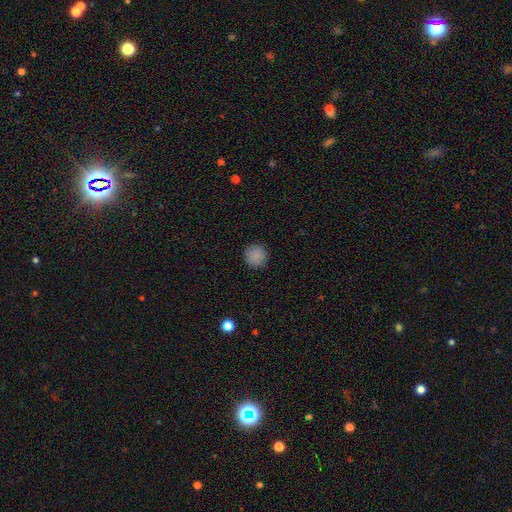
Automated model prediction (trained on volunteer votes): smooth-or-featured: smooth: 87% | star or artifact: 10% | featured or disk: 4%
  how-rounded: round: 94% | in between: 5% | cigar-shaped: 1%
  merging: none: 91% | minor disturbance: 6% | major disturbance: 2% | merger: 1%